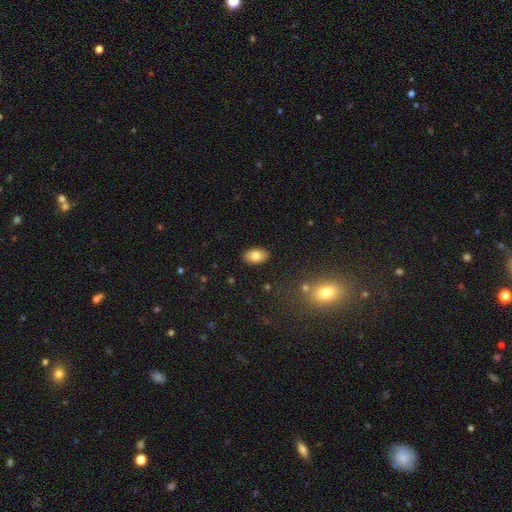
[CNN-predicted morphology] Smooth or featured? Predicted: smooth (p=0.79). How rounded? Predicted: in between (p=0.91). Merging? Predicted: none (p=0.88).